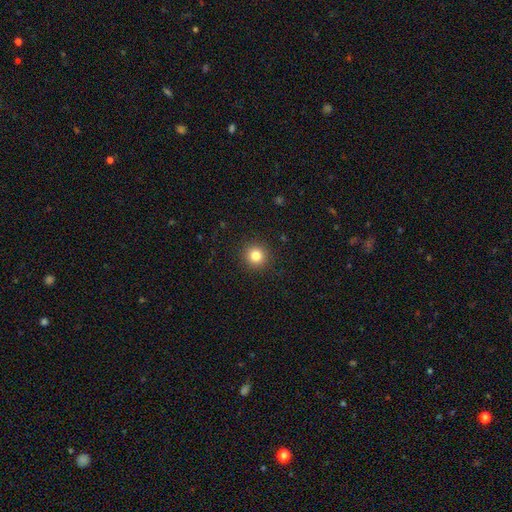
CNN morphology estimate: Smooth or featured: smooth — 82% (star or artifact — 12%)
How rounded: round — 94% (in between — 5%)
Merging: none — 92% (minor disturbance — 5%)